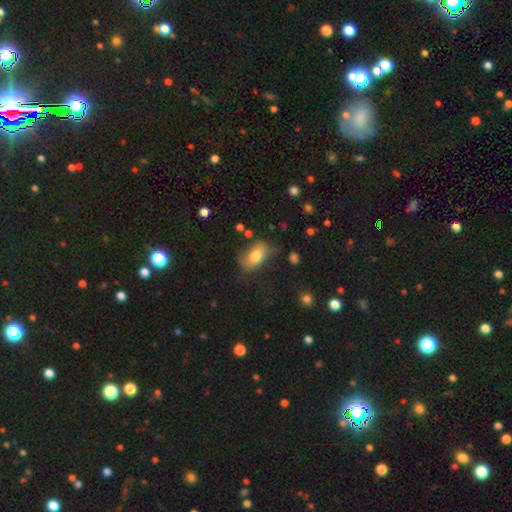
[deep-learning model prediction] smooth-or-featured: smooth: 77% | featured or disk: 16% | star or artifact: 8%
  how-rounded: in between: 91% | round: 6% | cigar-shaped: 3%
  merging: none: 58% | minor disturbance: 27% | major disturbance: 12% | merger: 3%